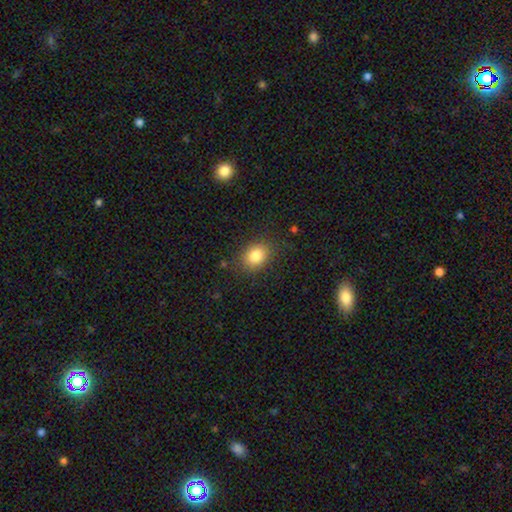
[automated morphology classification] A smooth galaxy with no disk features (83%) that is in between round and cigar-shaped (61%). Merging: none (83%).